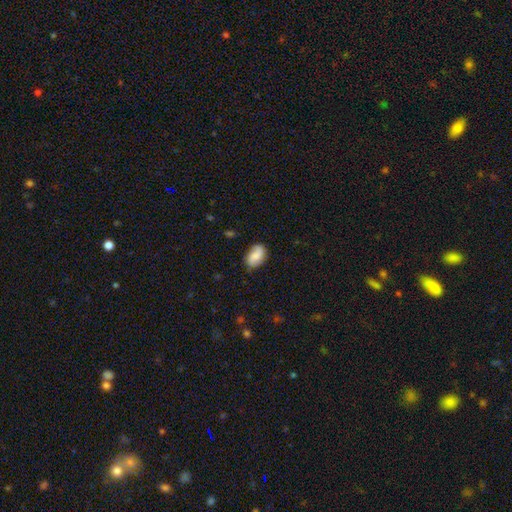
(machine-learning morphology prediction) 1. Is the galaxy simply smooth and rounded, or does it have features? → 72% smooth, 20% featured or disk, 8% star or artifact.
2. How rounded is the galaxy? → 89% in between, 9% round, 2% cigar-shaped.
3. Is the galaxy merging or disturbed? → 77% none, 17% minor disturbance, 4% major disturbance, 1% merger.